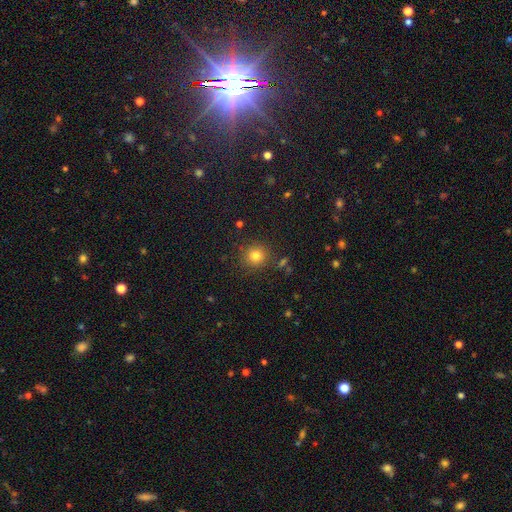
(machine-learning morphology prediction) A smooth galaxy with no disk features (80%) that is round (92%).

Vote fractions:
- Smooth or featured? smooth: 80% / star or artifact: 14% / featured or disk: 6%
- How rounded? round: 92% / in between: 7% / cigar-shaped: 1%
- Merging? none: 86% / minor disturbance: 8% / merger: 3% / major disturbance: 3%